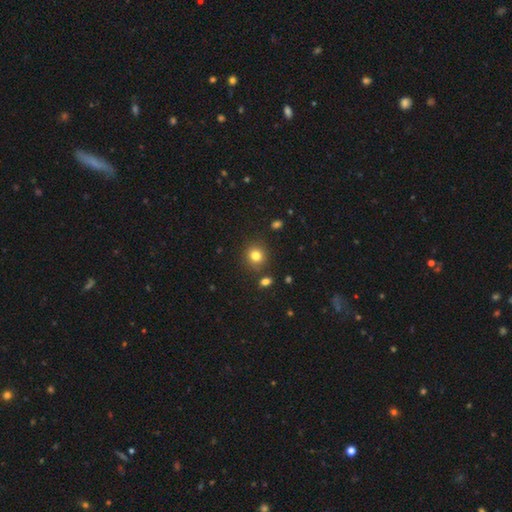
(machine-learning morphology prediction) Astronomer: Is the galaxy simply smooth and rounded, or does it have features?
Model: smooth — 80%.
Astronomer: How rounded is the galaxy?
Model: round — 88%.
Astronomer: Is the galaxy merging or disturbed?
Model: none — 84%.